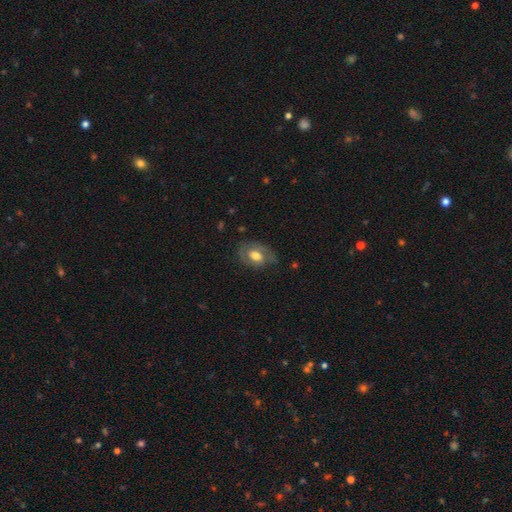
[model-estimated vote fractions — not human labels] Overall: featured or disk (56%; smooth 38%). Edge-on disk: no (94%). Bar: no (62%; weak 30%). Spiral arms: yes (62%; no 38%). Bulge size: moderate (54%; large 34%). Merging: none (67%).